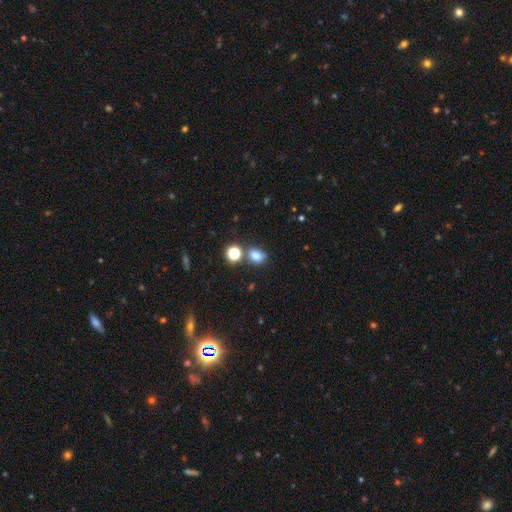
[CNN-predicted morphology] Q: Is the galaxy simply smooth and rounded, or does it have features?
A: smooth — 77%.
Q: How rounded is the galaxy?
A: in between — 61%.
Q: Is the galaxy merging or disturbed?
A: none — 62%.